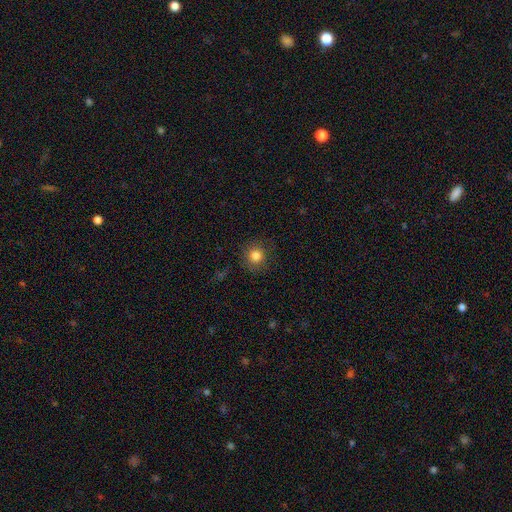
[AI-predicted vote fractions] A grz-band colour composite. It shows a smooth galaxy with no disk features (82%) that is round (92%). Merging: none (88%).